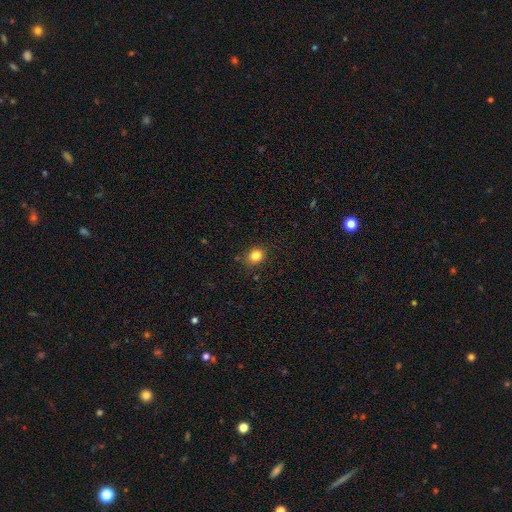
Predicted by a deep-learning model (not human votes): Morphology: type=smooth (84%); roundness=round (70%); merging=none (84%).